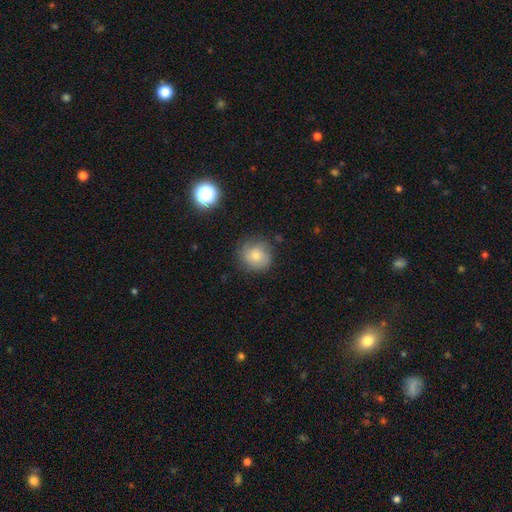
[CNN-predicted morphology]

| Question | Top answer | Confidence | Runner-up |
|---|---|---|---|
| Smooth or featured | smooth | 74% | featured or disk (17%) |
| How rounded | round | 90% | in between (9%) |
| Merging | none | 76% | minor disturbance (18%) |